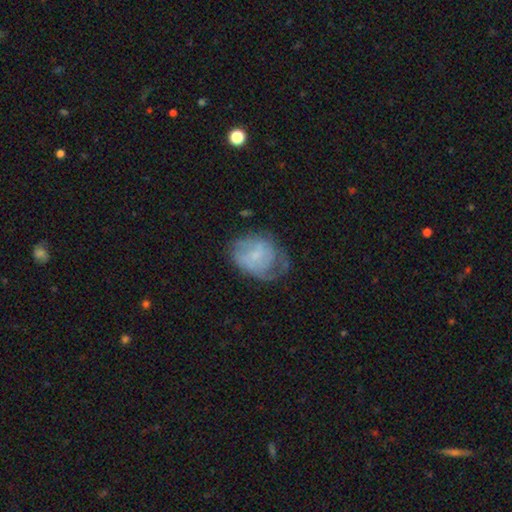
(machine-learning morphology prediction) Overall: featured or disk (54%; smooth 38%). Edge-on disk: no (97%). Bar: no (57%; weak 36%). Spiral arms: yes (69%; no 31%). Bulge size: small (52%; none 28%). Merging: none (40%; minor disturbance 31%).